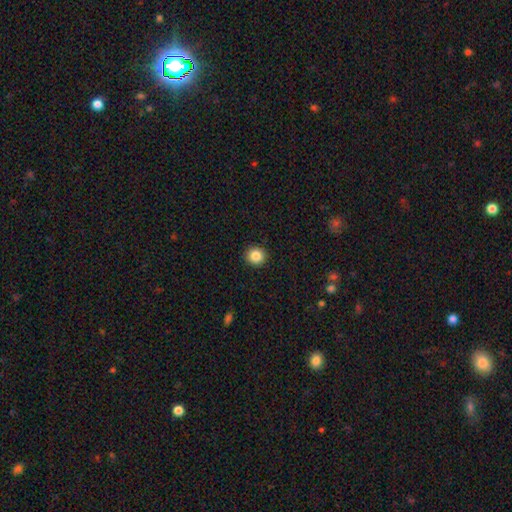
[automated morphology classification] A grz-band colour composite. It shows a smooth galaxy with no disk features (86%) that is round (90%). Merging: none (91%).